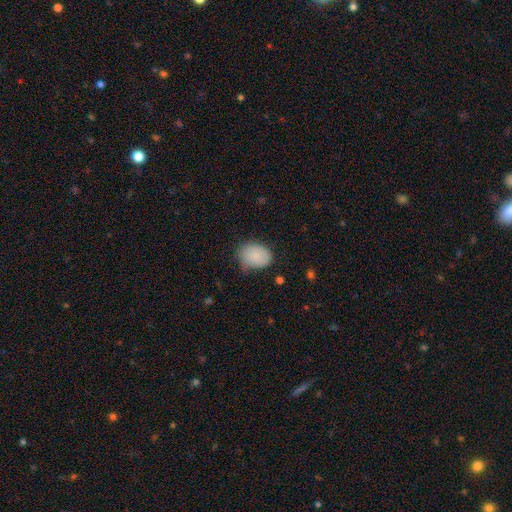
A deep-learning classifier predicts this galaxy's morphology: The model was most divided on "merging": none: 60%, minor disturbance: 32%, major disturbance: 7%, merger: 2%. More confident: smooth or featured — smooth (85%); how rounded — in between (67%).